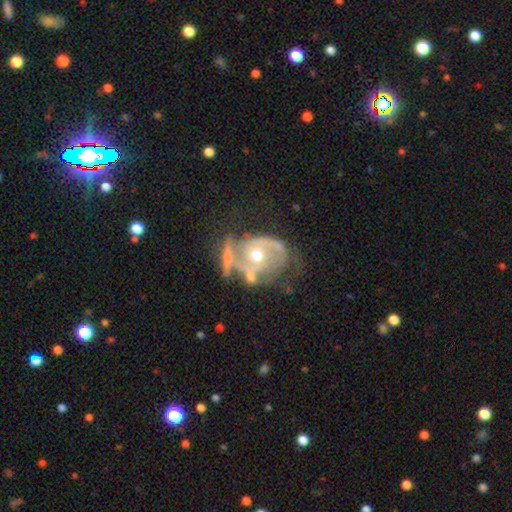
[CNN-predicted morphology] This appears to be a featured or disk galaxy (82%) with no bar (71%), 2 (60%) medium (41%) spiral arms (78%) and a moderate central bulge (70%). Merging: none (33%).